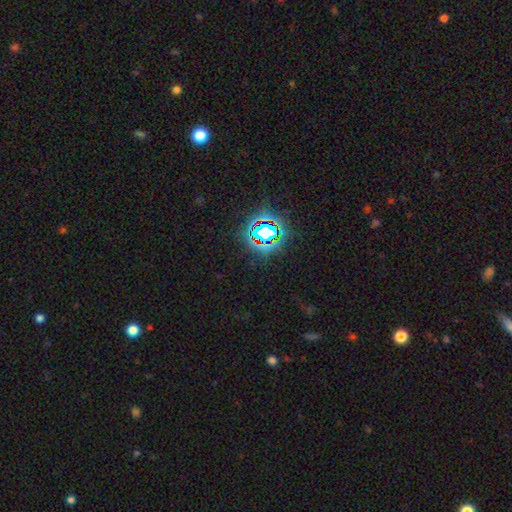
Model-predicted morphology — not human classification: smooth_or_featured: star or artifact (p=0.82) [alt: smooth p=0.11]